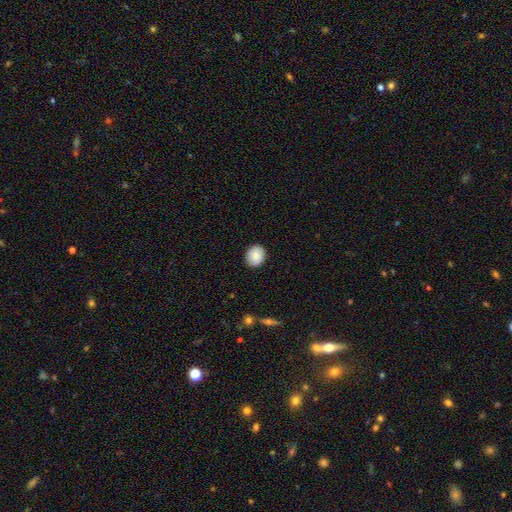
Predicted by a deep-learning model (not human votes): A smooth galaxy with no disk features (88%) that is round (66%). Merging: none (90%).